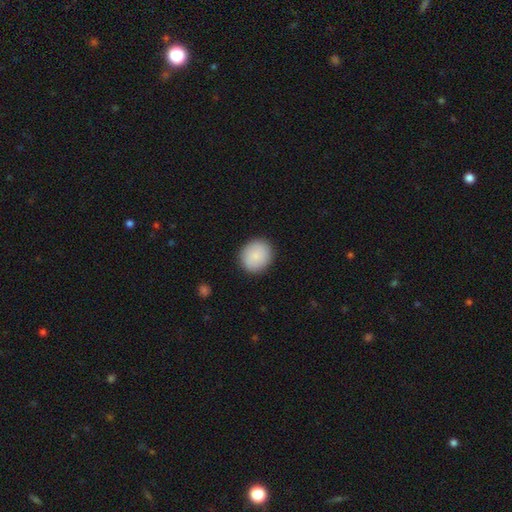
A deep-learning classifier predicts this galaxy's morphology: Smooth or featured? smooth (88%)
How rounded? round (76%)
Merging? none (89%)